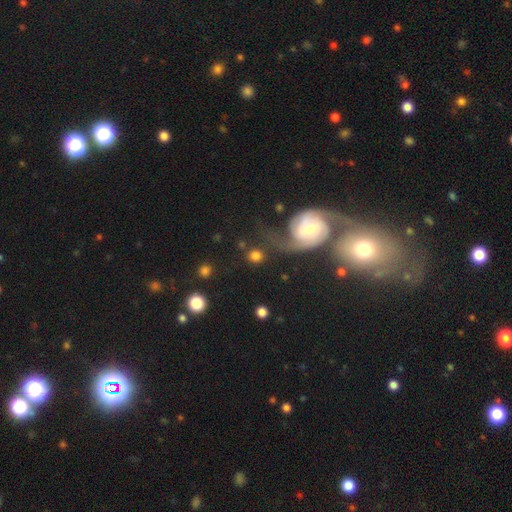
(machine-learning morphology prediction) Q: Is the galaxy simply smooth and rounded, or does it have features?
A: smooth — 74%.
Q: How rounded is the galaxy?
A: round — 86%.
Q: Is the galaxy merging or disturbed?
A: none — 63%.